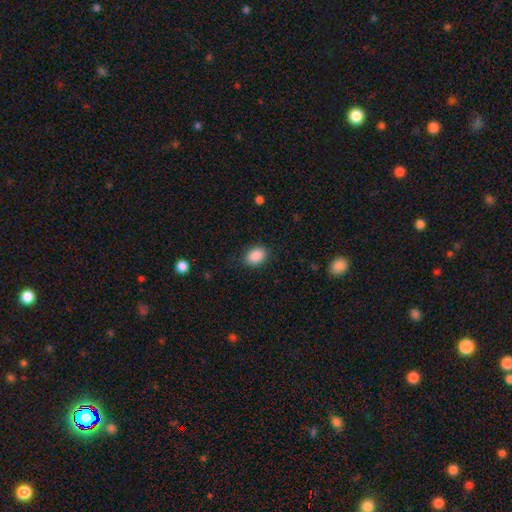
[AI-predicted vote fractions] Morphology: type=smooth (89%); roundness=in between (75%); merging=none (86%).